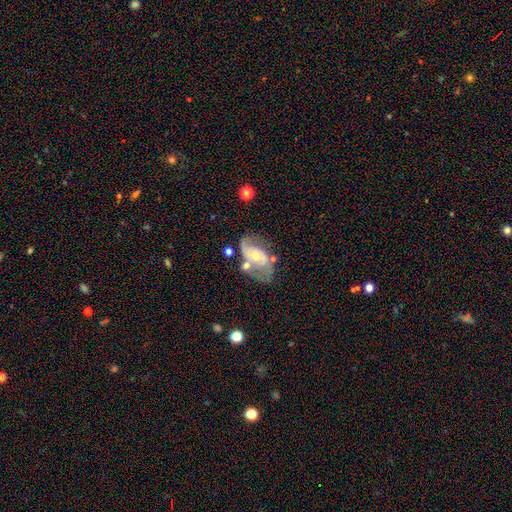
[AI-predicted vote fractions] Smooth or featured? Predicted: featured or disk (p=0.82). Edge-on disk? Predicted: no (p=0.96). Bar? Predicted: no (p=0.52). Spiral arms? Predicted: yes (p=0.91). Spiral winding? Predicted: medium (p=0.47). Spiral arm count? Predicted: 2 (p=0.83). Bulge size? Predicted: moderate (p=0.54). Merging? Predicted: none (p=0.50).